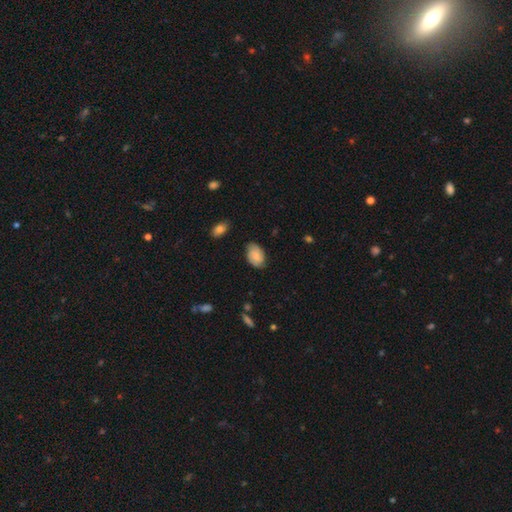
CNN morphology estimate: Smooth or featured? Predicted: smooth (p=0.67). How rounded? Predicted: in between (p=0.89). Merging? Predicted: none (p=0.78).